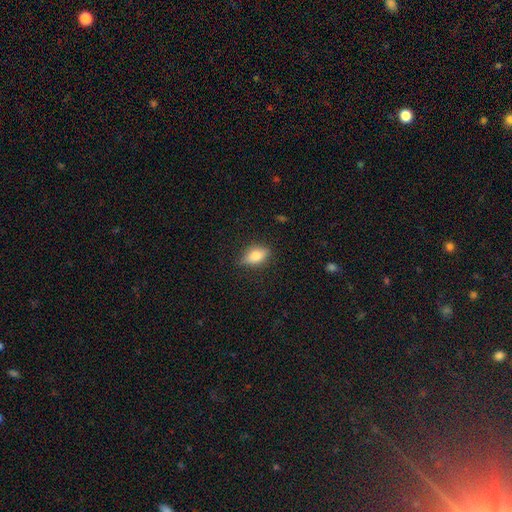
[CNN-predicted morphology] Overall: smooth (66%). How rounded: in between (79%). Merging: none (79%).